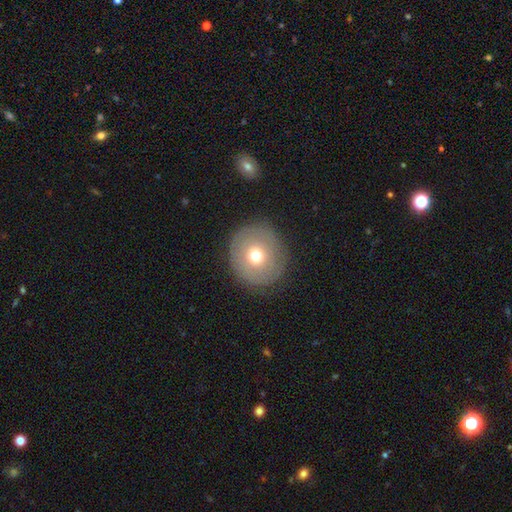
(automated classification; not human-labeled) This appears to be a smooth galaxy with no disk features (64%) that is round (88%). Merging: none (86%).